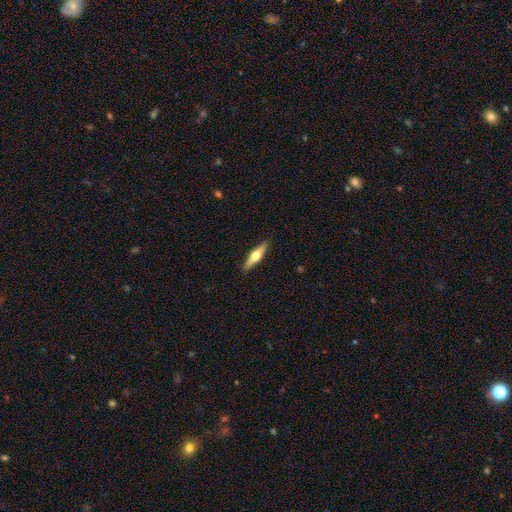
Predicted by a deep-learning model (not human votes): smooth-or-featured: featured or disk: 57% | smooth: 37% | star or artifact: 5%
  disk-edge-on: yes: 95% | no: 5%
    edge-on-bulge: rounded: 95% | boxy: 3% | none: 2%
  merging: none: 91% | minor disturbance: 7% | major disturbance: 2% | merger: 1%